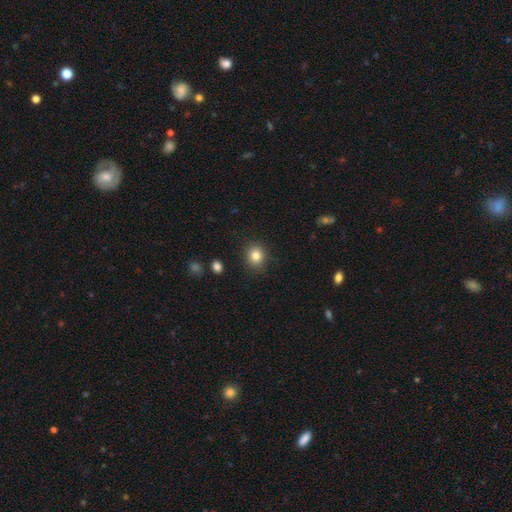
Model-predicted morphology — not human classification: Smooth or featured? smooth (83%)
How rounded? round (71%)
Merging? none (87%)